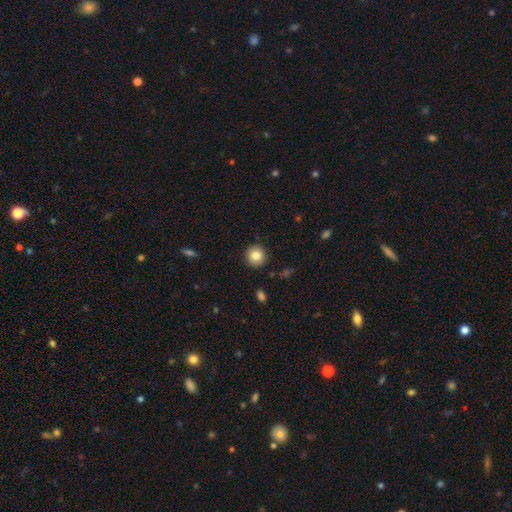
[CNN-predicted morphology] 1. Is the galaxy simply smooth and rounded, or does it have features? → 84% smooth, 9% star or artifact, 7% featured or disk.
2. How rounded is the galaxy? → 92% round, 7% in between, 1% cigar-shaped.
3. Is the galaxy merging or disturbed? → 91% none, 6% minor disturbance, 2% major disturbance, 1% merger.